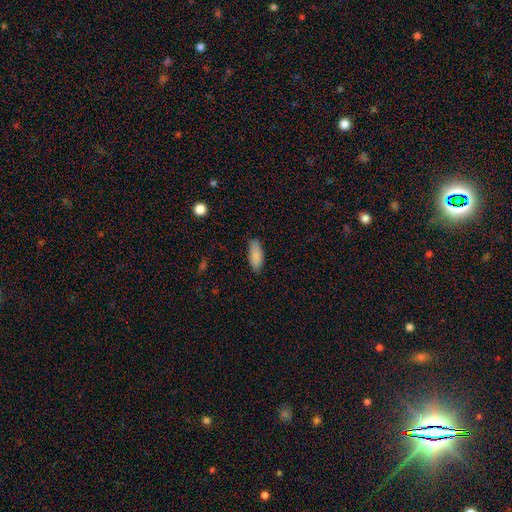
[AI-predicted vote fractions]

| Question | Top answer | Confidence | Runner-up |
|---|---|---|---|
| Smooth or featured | smooth | 87% | star or artifact (7%) |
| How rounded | in between | 79% | cigar-shaped (19%) |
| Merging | none | 83% | minor disturbance (14%) |